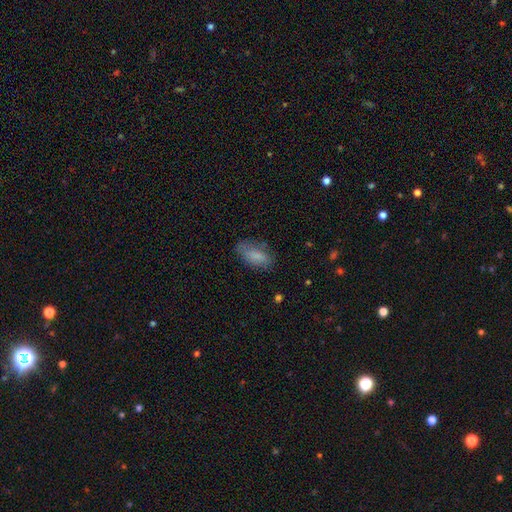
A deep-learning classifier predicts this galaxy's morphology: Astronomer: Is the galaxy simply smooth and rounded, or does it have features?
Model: smooth — 80%.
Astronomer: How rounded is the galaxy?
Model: in between — 84%.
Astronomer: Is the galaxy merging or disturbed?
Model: none — 67%.